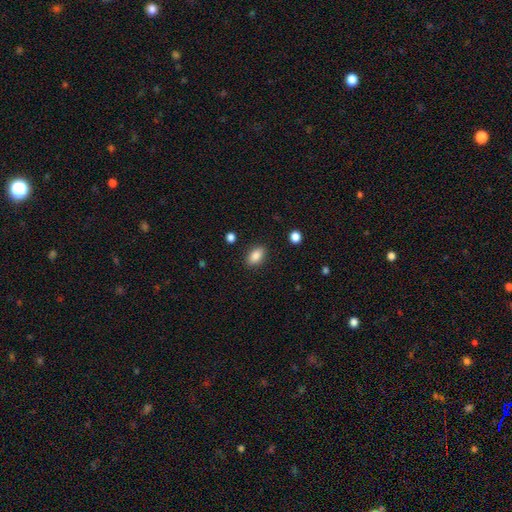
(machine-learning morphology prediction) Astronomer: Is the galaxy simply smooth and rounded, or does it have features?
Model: smooth — 87%.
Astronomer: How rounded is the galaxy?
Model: in between — 89%.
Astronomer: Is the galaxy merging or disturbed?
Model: none — 88%.